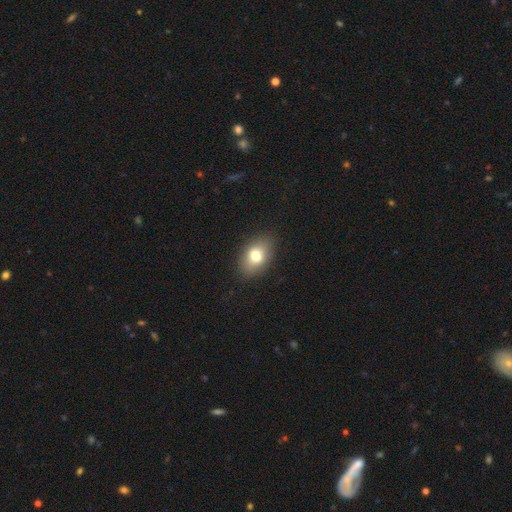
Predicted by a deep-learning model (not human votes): A smooth galaxy with no disk features (75%) that is in between round and cigar-shaped (83%).

Vote fractions:
- Smooth or featured? smooth: 75% / featured or disk: 15% / star or artifact: 9%
- How rounded? in between: 83% / round: 15% / cigar-shaped: 2%
- Merging? none: 86% / minor disturbance: 10% / major disturbance: 3% / merger: 1%